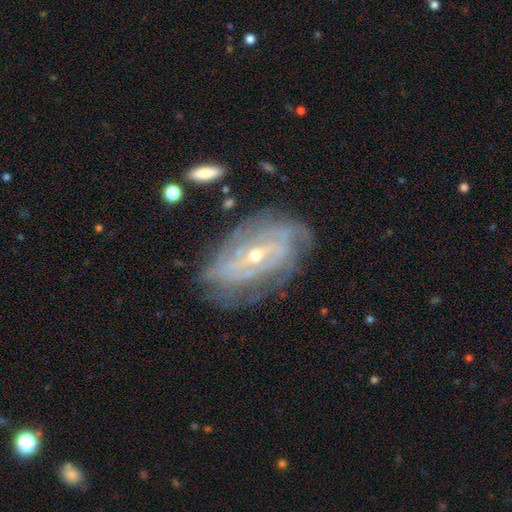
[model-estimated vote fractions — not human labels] Q: Smooth or featured?
A: featured or disk (86%); runner-up: smooth (8%)
Q: Edge-on disk?
A: no (93%); runner-up: yes (7%)
Q: Bar?
A: weak (44%); runner-up: no (33%)
Q: Spiral arms?
A: yes (92%); runner-up: no (8%)
Q: Spiral winding?
A: tight (65%); runner-up: medium (27%)
Q: Spiral arm count?
A: can't tell (41%); runner-up: 2 (21%)
Q: Bulge size?
A: moderate (51%); runner-up: small (45%)
Q: Merging?
A: none (68%); runner-up: minor disturbance (21%)